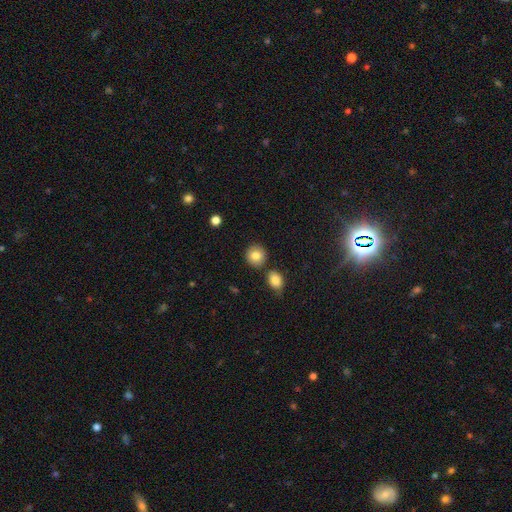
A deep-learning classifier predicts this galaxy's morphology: Smooth or featured?
  - smooth: 83% *
  - star or artifact: 9%
  - featured or disk: 8%
How rounded?
  - round: 86% *
  - in between: 13%
  - cigar-shaped: 1%
Merging?
  - none: 81% *
  - minor disturbance: 9%
  - merger: 7%
  - major disturbance: 2%